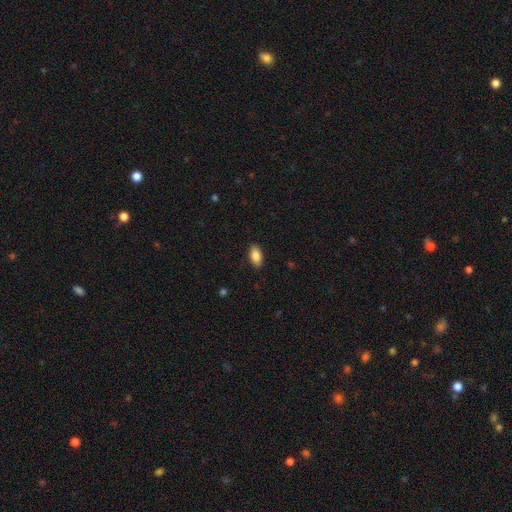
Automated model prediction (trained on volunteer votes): Q: Smooth or featured?
A: smooth (87%); runner-up: star or artifact (7%)
Q: How rounded?
A: in between (92%); runner-up: cigar-shaped (5%)
Q: Merging?
A: none (89%); runner-up: minor disturbance (8%)